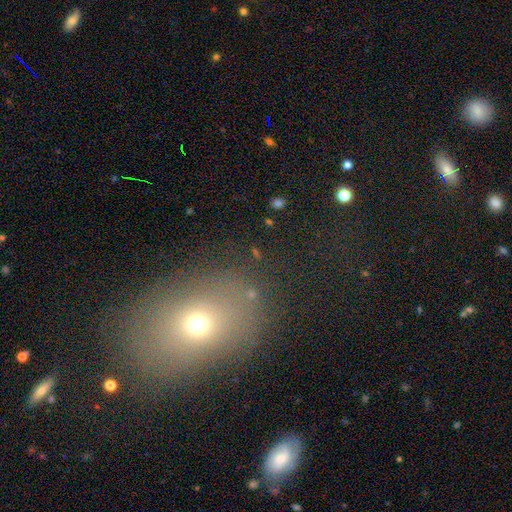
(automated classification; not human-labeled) A smooth galaxy with no disk features (57%) that is in between round and cigar-shaped (54%). Merging: none (72%).